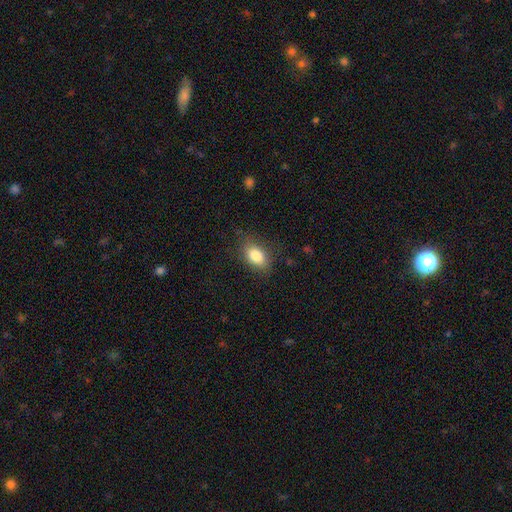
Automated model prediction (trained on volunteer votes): smooth_or_featured: smooth (p=0.83) [alt: featured or disk p=0.09]
how_rounded: in between (p=0.86) [alt: round p=0.12]
merging: none (p=0.80) [alt: minor disturbance p=0.15]